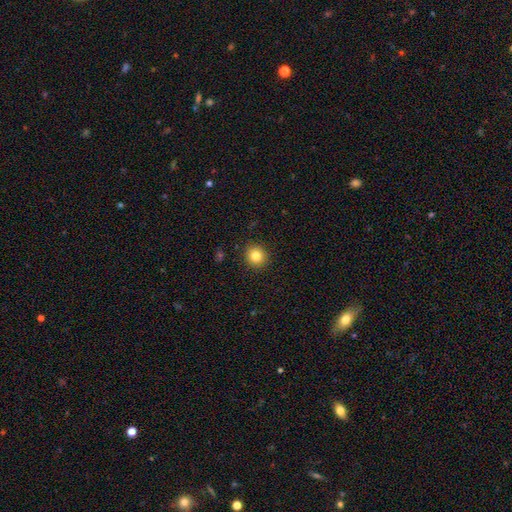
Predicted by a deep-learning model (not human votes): A smooth galaxy with no disk features (82%) that is round (87%). Merging: none (91%).